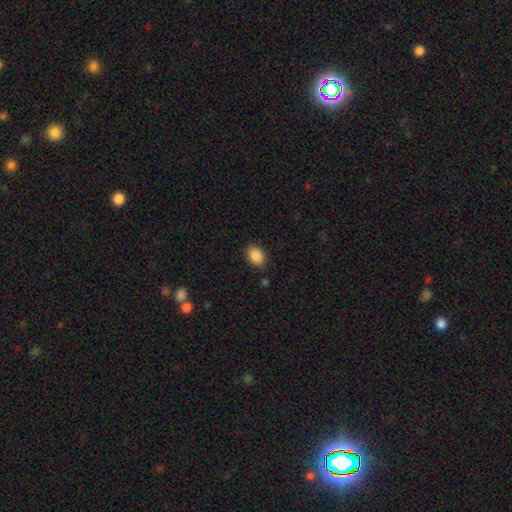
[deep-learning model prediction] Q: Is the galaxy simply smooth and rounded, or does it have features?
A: smooth — 89%.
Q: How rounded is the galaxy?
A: in between — 78%.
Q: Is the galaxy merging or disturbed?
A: none — 85%.